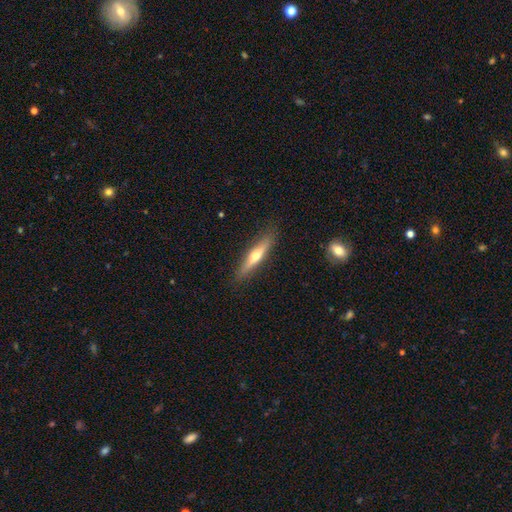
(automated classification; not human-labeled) smooth-or-featured: featured or disk: 54% | smooth: 40% | star or artifact: 6%
  disk-edge-on: yes: 93% | no: 7%
  merging: none: 88% | minor disturbance: 9% | major disturbance: 2% | merger: 1%